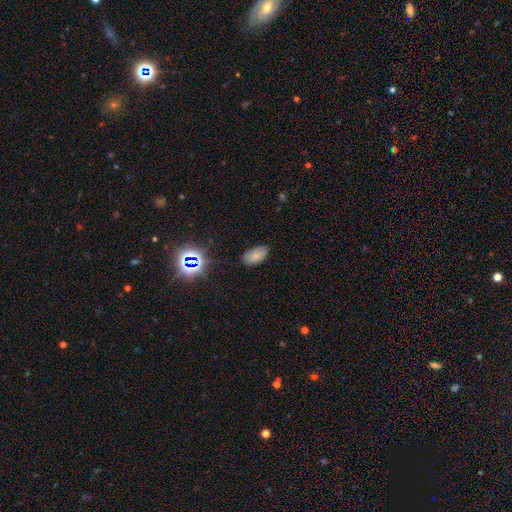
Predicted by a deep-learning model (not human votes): Overall: smooth (74%). How rounded: in between (94%). Merging: none (78%).